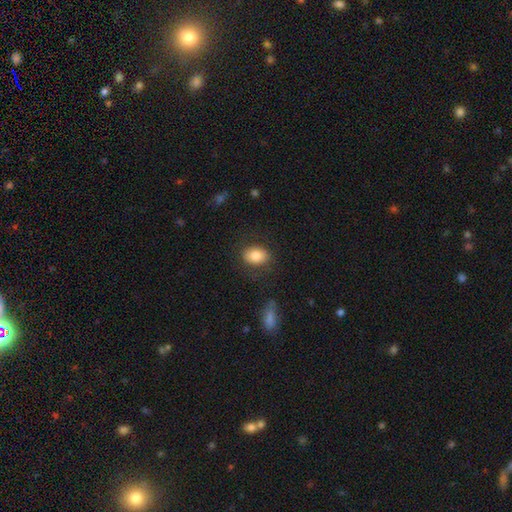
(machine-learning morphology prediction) A smooth galaxy with no disk features (82%) that is in between round and cigar-shaped (73%). Merging: none (80%).